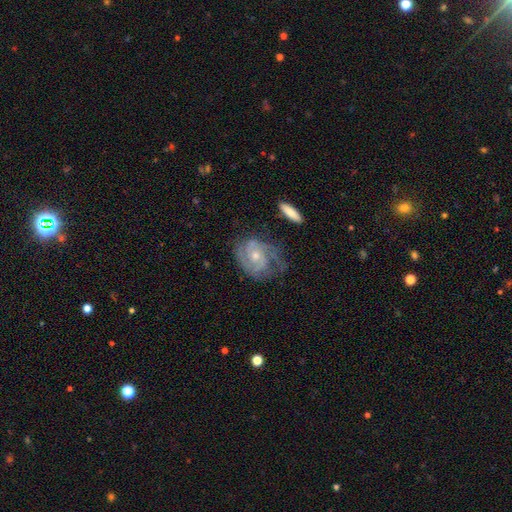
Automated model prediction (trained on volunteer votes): Overall: featured or disk (84%). Edge-on disk: no (97%). Bar: no (66%; weak 29%). Spiral arms: yes (95%). Spiral arm count: 2 (51%; 3 19%). Spiral winding: tight (50%; medium 39%). Bulge size: small (50%; moderate 46%). Merging: none (58%; minor disturbance 24%).